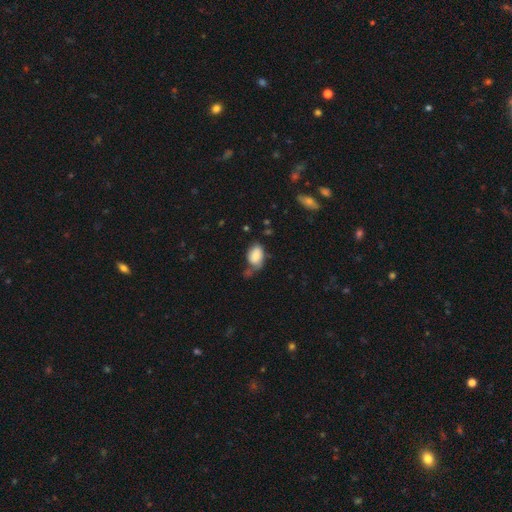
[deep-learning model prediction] Morphology: type=smooth (83%); roundness=in between (87%); merging=none (42%).